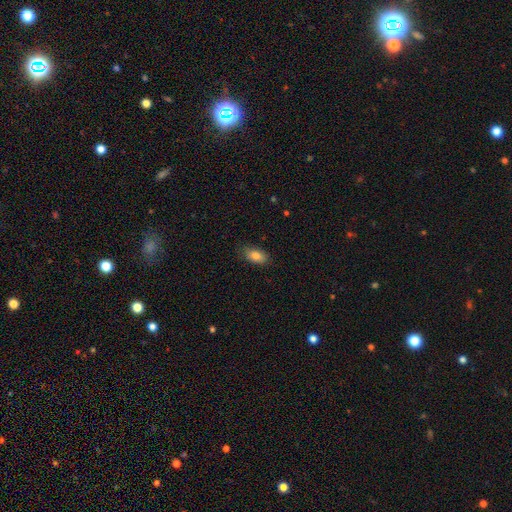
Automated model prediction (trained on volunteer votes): Smooth or featured? Predicted: smooth (p=0.83). How rounded? Predicted: in between (p=0.90). Merging? Predicted: none (p=0.83).